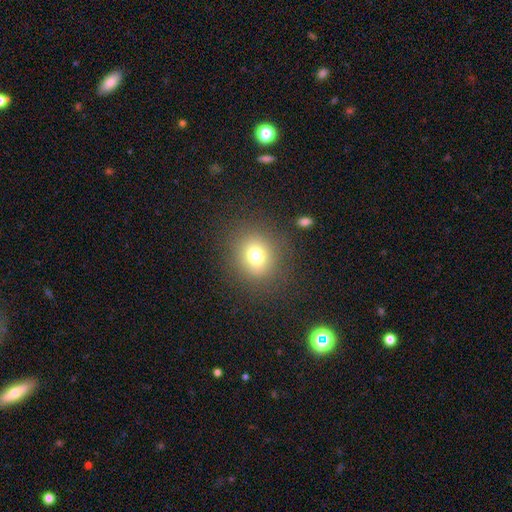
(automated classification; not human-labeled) The model was most divided on "smooth or featured": smooth: 73%, star or artifact: 15%, featured or disk: 11%. More confident: merging — none (85%); how rounded — round (82%).